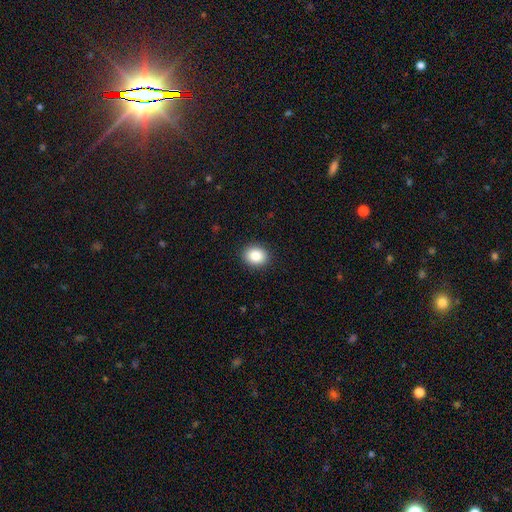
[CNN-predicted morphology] Smooth or featured: smooth — 87% (star or artifact — 9%)
How rounded: round — 61% (in between — 38%)
Merging: none — 91% (minor disturbance — 6%)